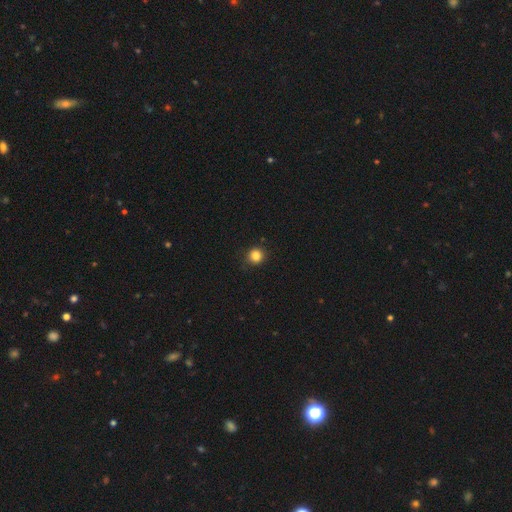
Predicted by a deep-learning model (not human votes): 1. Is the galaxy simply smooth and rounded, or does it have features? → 84% smooth, 12% star or artifact, 4% featured or disk.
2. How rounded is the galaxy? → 92% round, 7% in between, 1% cigar-shaped.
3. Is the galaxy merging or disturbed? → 89% none, 8% minor disturbance, 2% major disturbance, 1% merger.